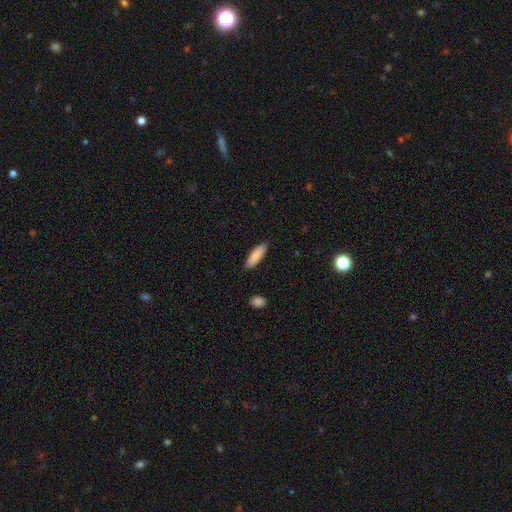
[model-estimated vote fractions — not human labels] A smooth galaxy with no disk features (87%) that is cigar-shaped (57%).

Vote fractions:
- Smooth or featured? smooth: 87% / featured or disk: 7% / star or artifact: 6%
- How rounded? cigar-shaped: 57% / in between: 41% / round: 1%
- Merging? none: 88% / minor disturbance: 8% / major disturbance: 2% / merger: 1%